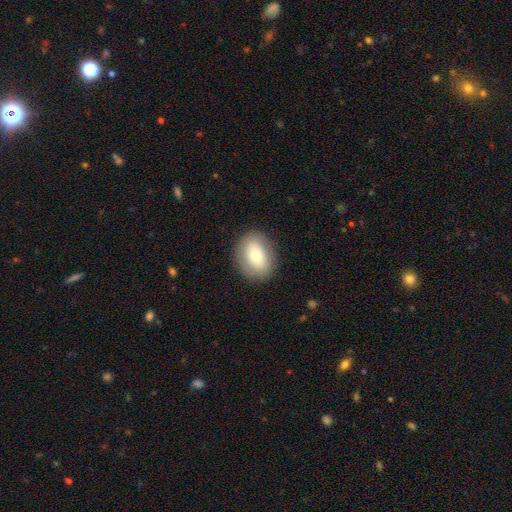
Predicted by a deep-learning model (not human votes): This appears to be a smooth galaxy with no disk features (72%) that is in between round and cigar-shaped (60%). Merging: none (87%).